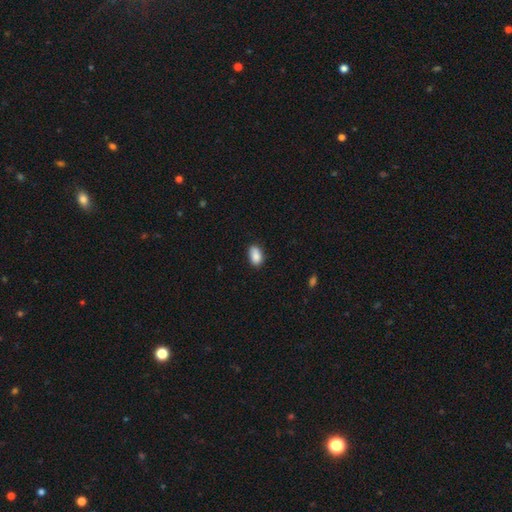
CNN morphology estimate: A smooth galaxy with no disk features (88%) that is in between round and cigar-shaped (91%). Merging: none (78%).